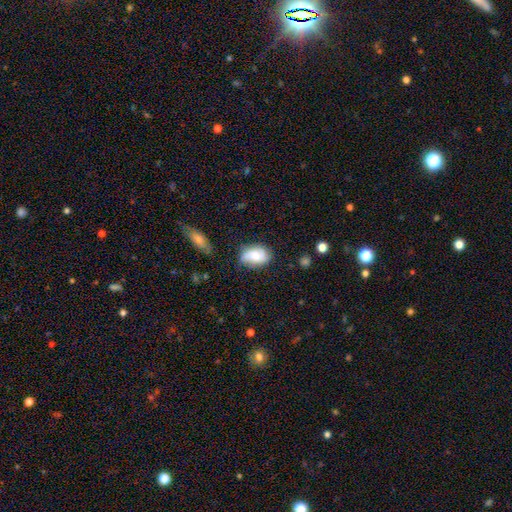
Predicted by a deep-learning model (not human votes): The model was most divided on "merging": none: 61%, minor disturbance: 29%, major disturbance: 8%, merger: 3%. More confident: how rounded — in between (83%); smooth or featured — smooth (63%).